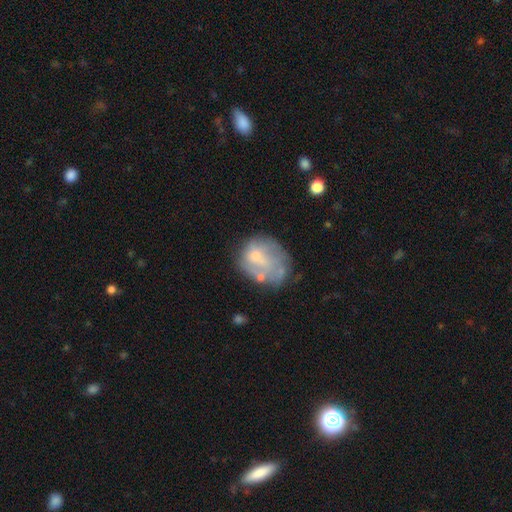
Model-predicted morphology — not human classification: type=featured or disk (45%); merging=none (39%).